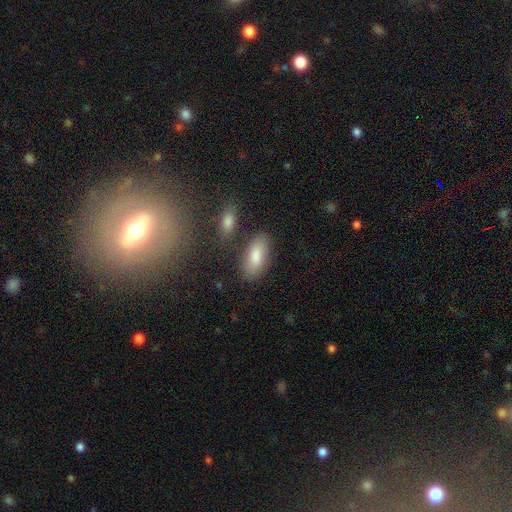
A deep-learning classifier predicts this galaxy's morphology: Smooth or featured? Predicted: smooth (p=0.82). How rounded? Predicted: in between (p=0.88). Merging? Predicted: none (p=0.79).